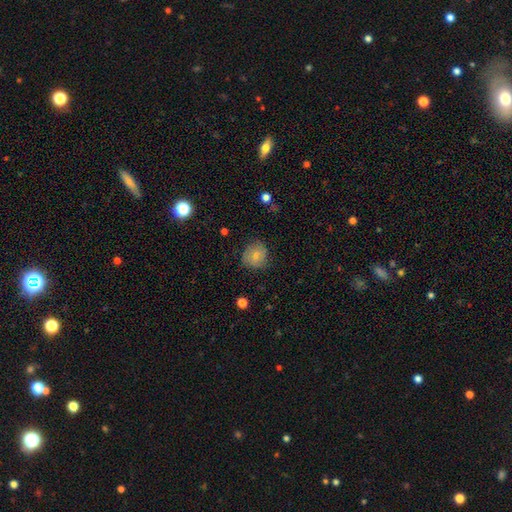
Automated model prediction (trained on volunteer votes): smooth-or-featured: smooth: 75% | featured or disk: 16% | star or artifact: 9%
  how-rounded: round: 80% | in between: 19% | cigar-shaped: 1%
  merging: none: 74% | minor disturbance: 20% | major disturbance: 5% | merger: 1%